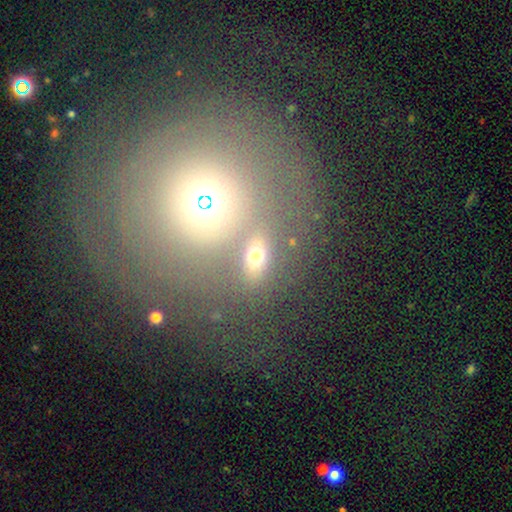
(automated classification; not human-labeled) Morphology: type=smooth (61%); roundness=in between (60%); merging=none (65%).